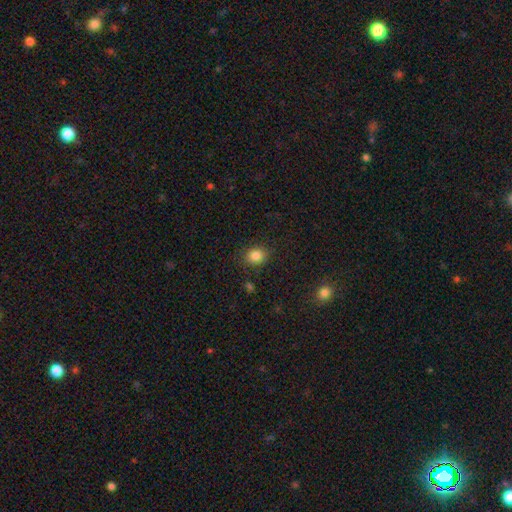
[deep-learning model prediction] smooth 85%, star or artifact 11%, featured or disk 5%. Down the decision tree: how rounded — round (60%); merging — none (85%).